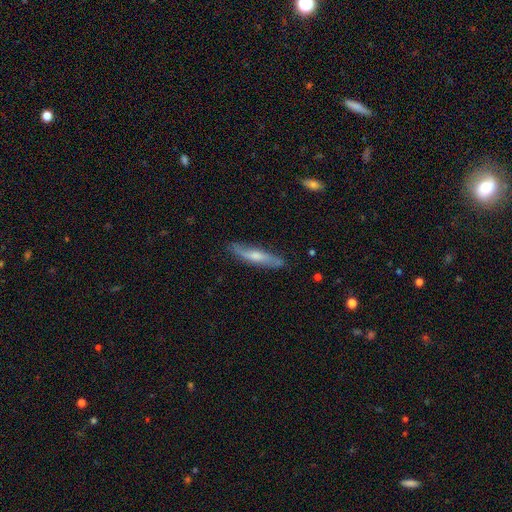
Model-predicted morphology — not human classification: smooth-or-featured: featured or disk: 55% | smooth: 38% | star or artifact: 6%
  disk-edge-on: yes: 62% | no: 38%
  merging: none: 81% | minor disturbance: 15% | major disturbance: 3% | merger: 2%